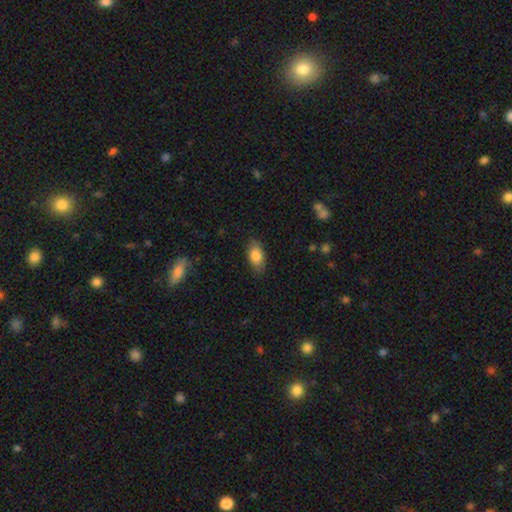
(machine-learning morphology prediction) A smooth galaxy with no disk features (81%) that is in between round and cigar-shaped (87%). Merging: none (82%).